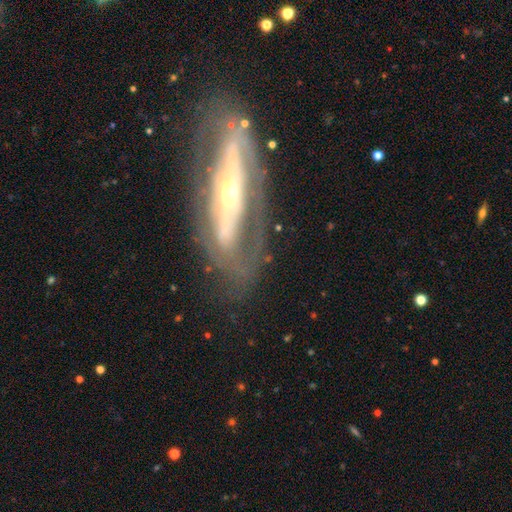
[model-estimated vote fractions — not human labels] Morphology: type=featured or disk (77%); edge-on=no (72%); bar=no (58%); spiral arms=yes (59%); bulge=small (54%); merging=none (73%).